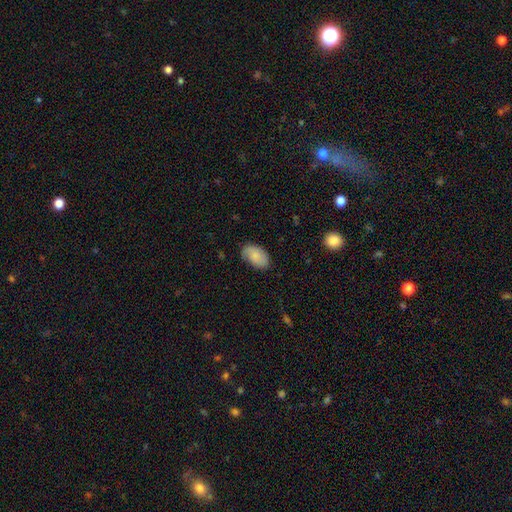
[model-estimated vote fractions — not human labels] Morphology: type=smooth (80%); roundness=in between (93%); merging=none (72%).